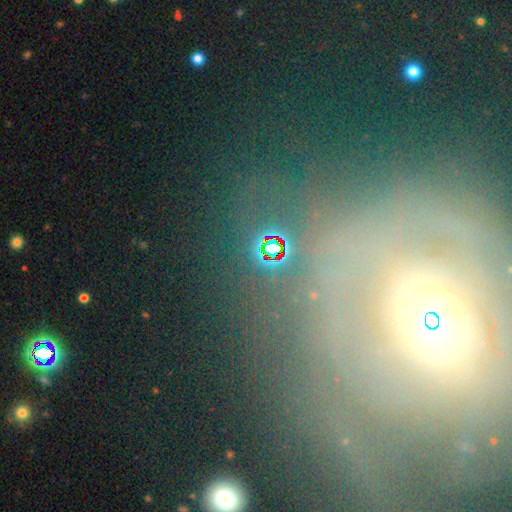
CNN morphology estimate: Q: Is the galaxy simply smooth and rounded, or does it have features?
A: featured or disk — 45%.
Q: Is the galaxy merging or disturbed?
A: none — 65%.